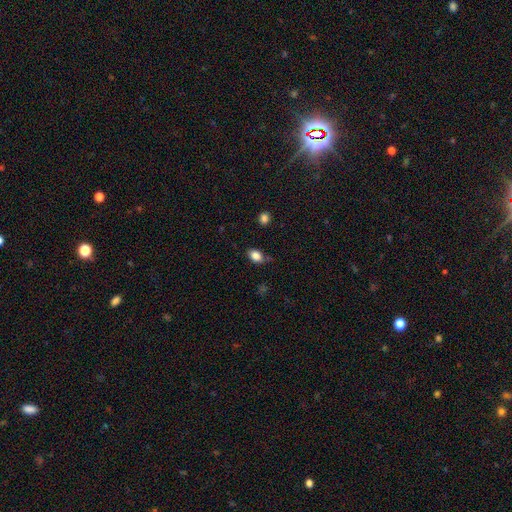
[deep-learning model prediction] smooth-or-featured: smooth: 85% | star or artifact: 9% | featured or disk: 6%
  how-rounded: in between: 80% | round: 18% | cigar-shaped: 2%
  merging: none: 75% | minor disturbance: 19% | major disturbance: 4% | merger: 3%